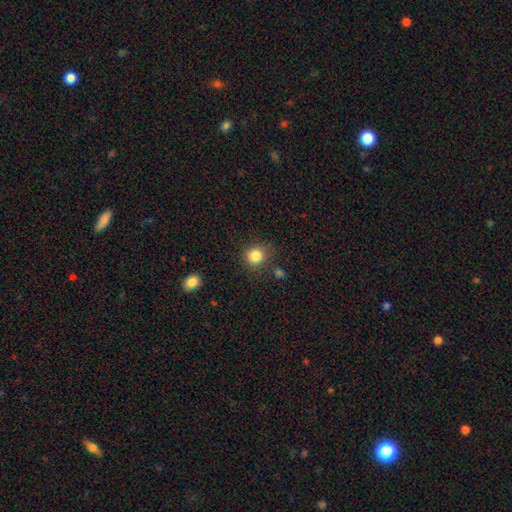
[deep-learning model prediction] This is clearly a smooth galaxy (84%). How rounded: clearly round (85%). Merging: likely none (79%).